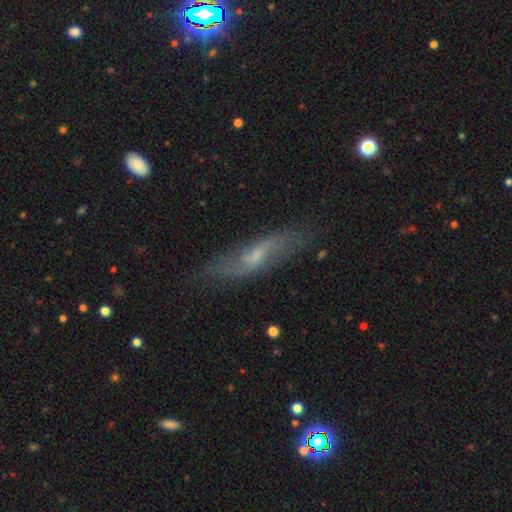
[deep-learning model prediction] Smooth or featured?
  - featured or disk: 59% *
  - smooth: 34%
  - star or artifact: 7%
Edge-on disk?
  - no: 68% *
  - yes: 32%
Merging?
  - none: 70% *
  - minor disturbance: 20%
  - major disturbance: 7%
  - merger: 2%